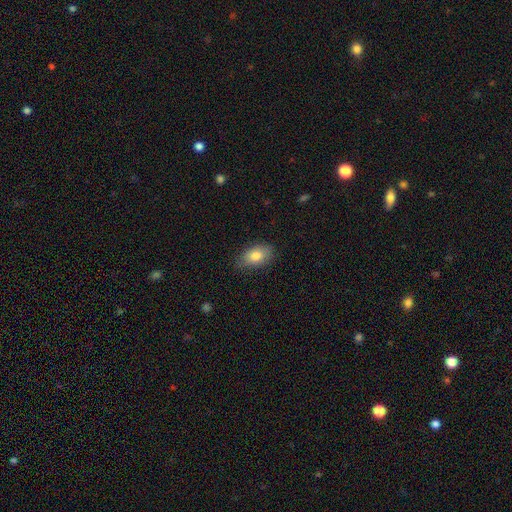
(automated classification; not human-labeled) Overall: smooth (81%). How rounded: in between (90%). Merging: none (75%).